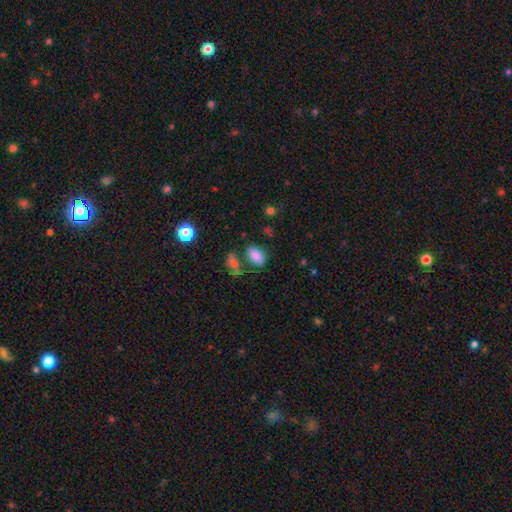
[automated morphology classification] Smooth or featured?
  - smooth: 83% *
  - star or artifact: 9%
  - featured or disk: 7%
How rounded?
  - in between: 90% *
  - round: 6%
  - cigar-shaped: 4%
Merging?
  - none: 71% *
  - minor disturbance: 14%
  - merger: 11%
  - major disturbance: 5%